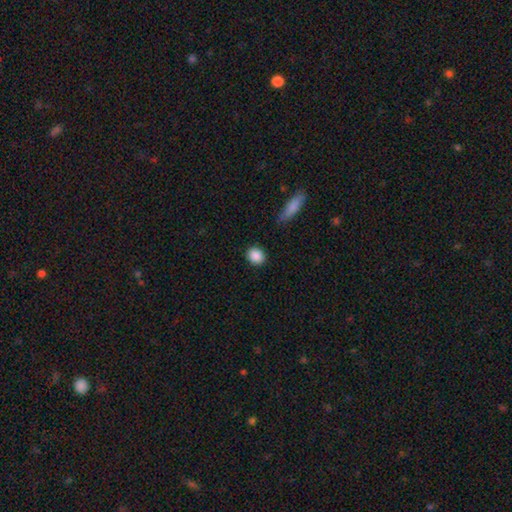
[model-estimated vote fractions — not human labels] Smooth or featured? Predicted: smooth (p=0.89). How rounded? Predicted: round (p=0.69). Merging? Predicted: none (p=0.87).